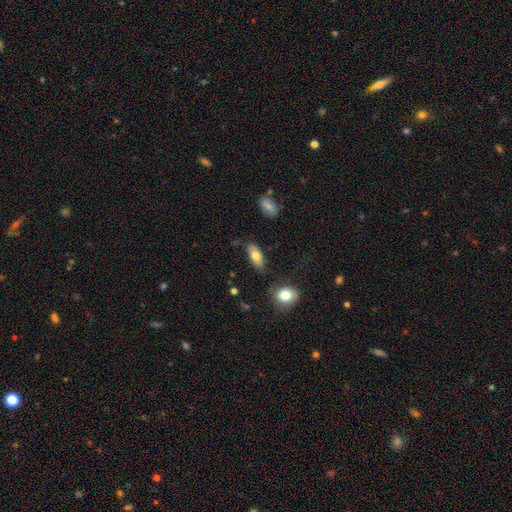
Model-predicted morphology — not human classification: type=smooth (74%); roundness=in between (86%); merging=none (74%).